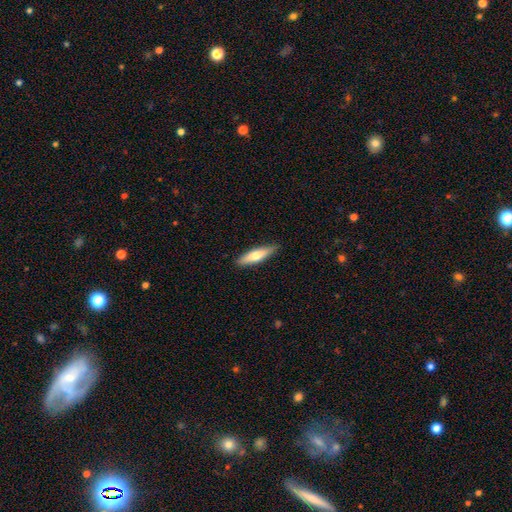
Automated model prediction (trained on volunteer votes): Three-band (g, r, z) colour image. It shows a smooth galaxy with no disk features (63%) that is cigar-shaped (67%). Merging: none (86%).